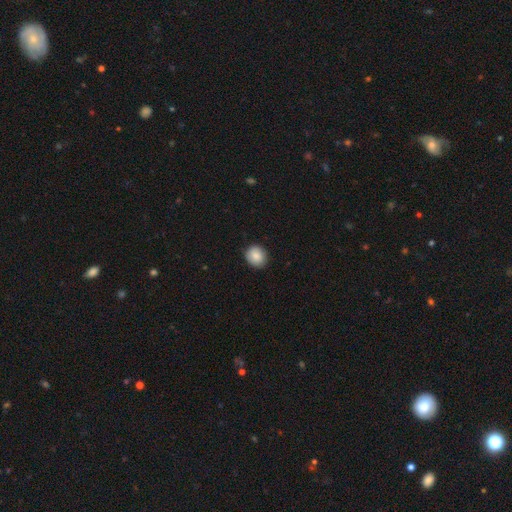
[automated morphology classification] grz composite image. It shows a smooth galaxy with no disk features (87%) that is round (83%). Merging: none (88%).